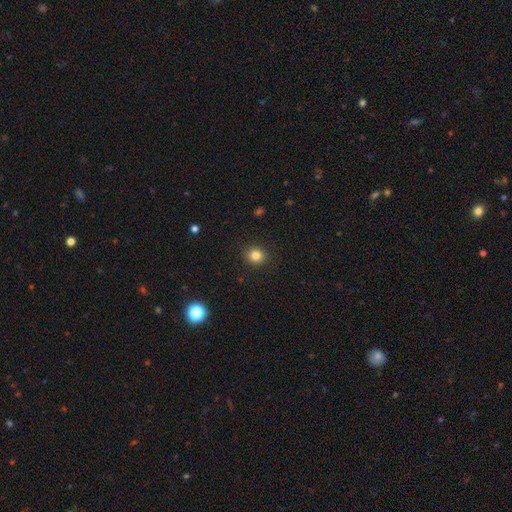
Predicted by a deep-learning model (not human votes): smooth 82%, star or artifact 13%, featured or disk 5%. Down the decision tree: how rounded — round (85%); merging — none (90%).